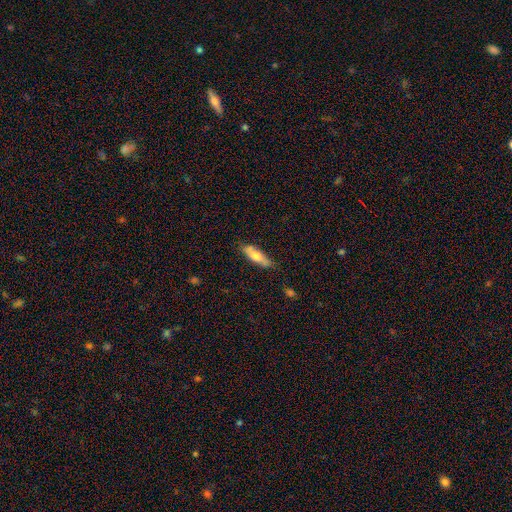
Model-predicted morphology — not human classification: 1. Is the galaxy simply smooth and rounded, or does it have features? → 64% smooth, 30% featured or disk, 6% star or artifact.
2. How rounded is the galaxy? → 51% cigar-shaped, 47% in between, 2% round.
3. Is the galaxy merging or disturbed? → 76% none, 18% minor disturbance, 4% major disturbance, 2% merger.